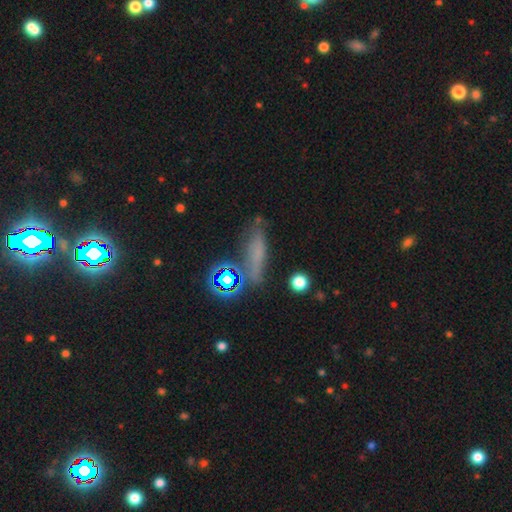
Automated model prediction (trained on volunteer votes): Smooth or featured? smooth (48%)
Merging? none (63%)